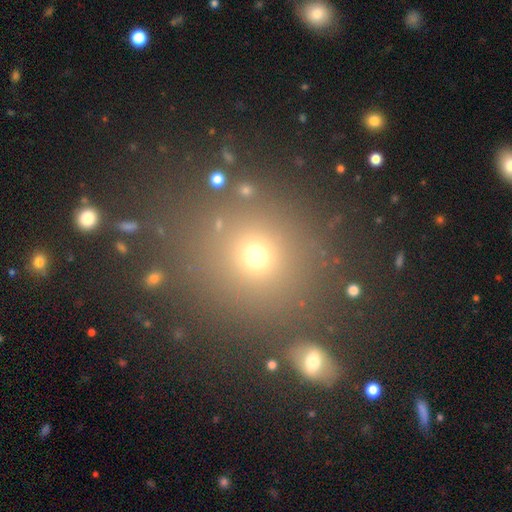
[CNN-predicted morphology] smooth_or_featured: smooth (p=0.64) [alt: star or artifact p=0.26]
how_rounded: round (p=0.85) [alt: in between p=0.13]
merging: none (p=0.79) [alt: minor disturbance p=0.09]